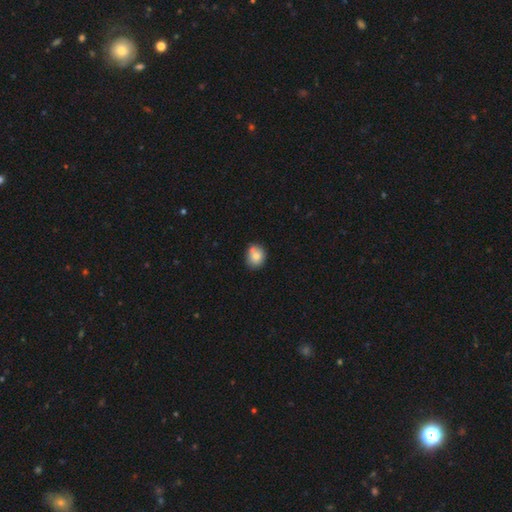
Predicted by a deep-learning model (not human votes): This appears to be a smooth galaxy with no disk features (80%) that is round (66%). Merging: none (69%).